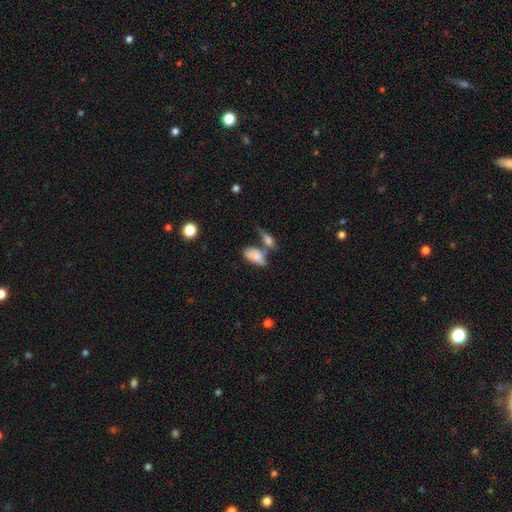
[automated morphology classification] A smooth galaxy with no disk features (72%) that is in between round and cigar-shaped (89%). Merging: none (38%).